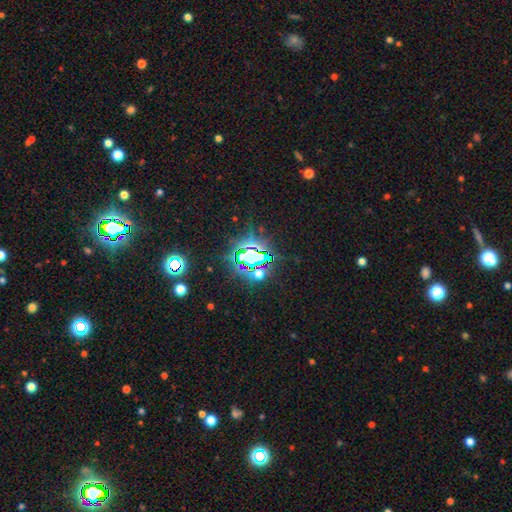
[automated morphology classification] Smooth or featured? Predicted: star or artifact (p=0.76).